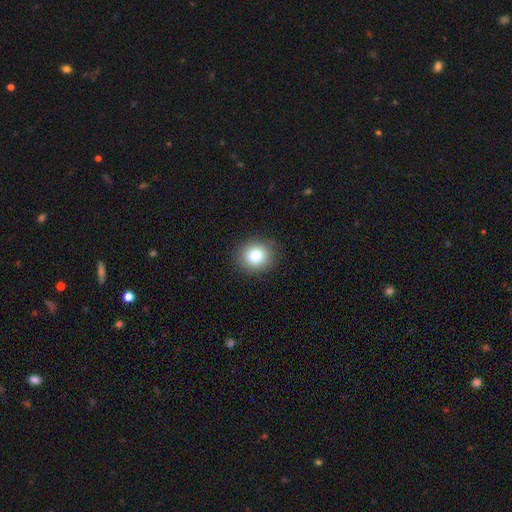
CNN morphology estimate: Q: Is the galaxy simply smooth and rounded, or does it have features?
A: smooth — 82%.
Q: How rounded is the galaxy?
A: round — 81%.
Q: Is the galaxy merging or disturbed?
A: none — 88%.